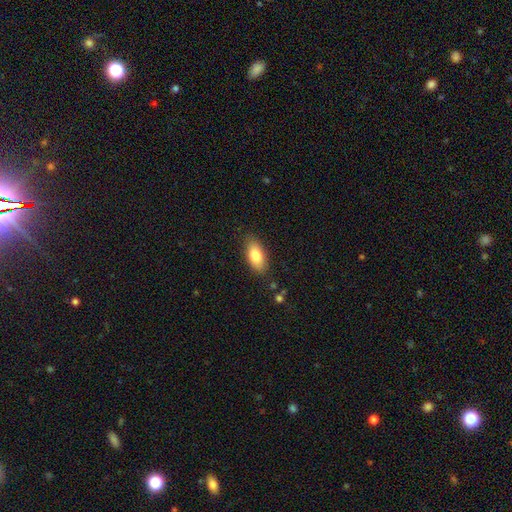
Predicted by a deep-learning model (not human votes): Q: Smooth or featured?
A: smooth (81%); runner-up: featured or disk (13%)
Q: How rounded?
A: in between (89%); runner-up: cigar-shaped (8%)
Q: Merging?
A: none (85%); runner-up: minor disturbance (12%)